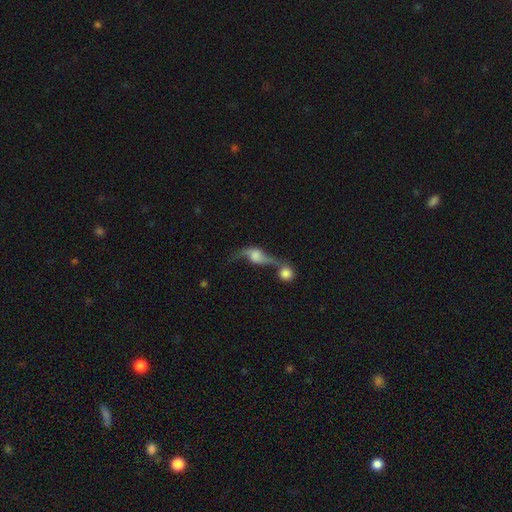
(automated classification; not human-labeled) smooth-or-featured: featured or disk: 63% | smooth: 28% | star or artifact: 9%
  disk-edge-on: no: 76% | yes: 24%
  merging: merger: 51% | none: 21% | major disturbance: 16% | minor disturbance: 12%